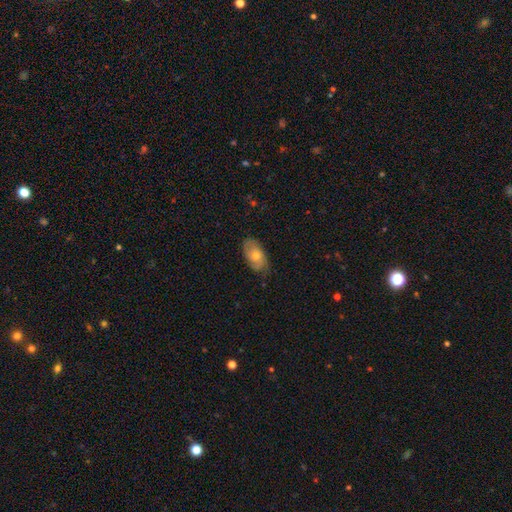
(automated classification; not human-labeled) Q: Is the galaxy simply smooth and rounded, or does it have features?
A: featured or disk — 53%.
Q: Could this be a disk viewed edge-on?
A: no — 92%.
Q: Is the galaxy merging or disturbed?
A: none — 75%.